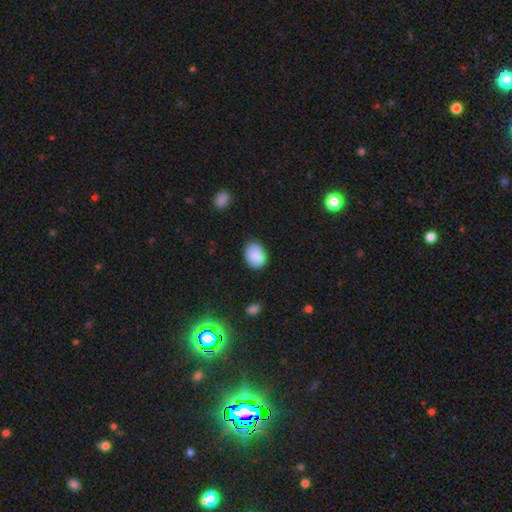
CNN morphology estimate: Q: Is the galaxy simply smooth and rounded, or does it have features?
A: smooth — 88%.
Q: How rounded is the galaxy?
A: in between — 67%.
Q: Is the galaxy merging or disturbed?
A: none — 83%.